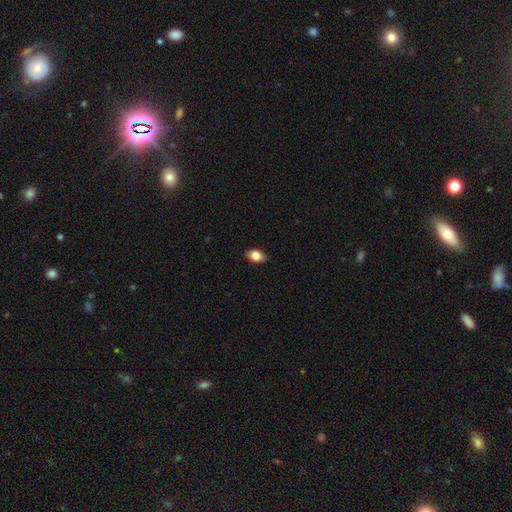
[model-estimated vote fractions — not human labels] This is clearly a smooth galaxy (84%). How rounded: clearly in between (85%). Merging: clearly none (87%).